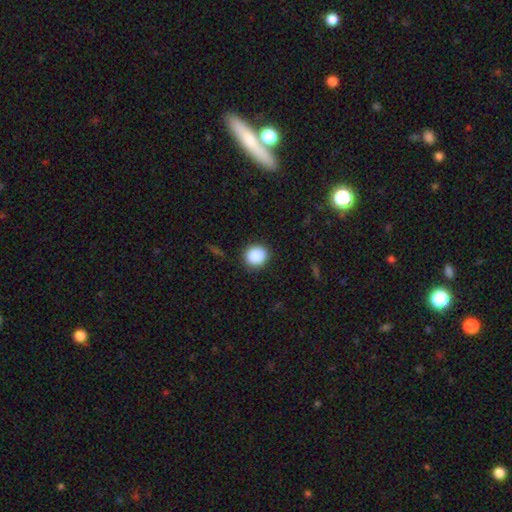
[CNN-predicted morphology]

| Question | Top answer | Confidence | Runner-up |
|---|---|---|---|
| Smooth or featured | smooth | 89% | star or artifact (8%) |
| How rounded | round | 88% | in between (11%) |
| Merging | none | 90% | minor disturbance (6%) |